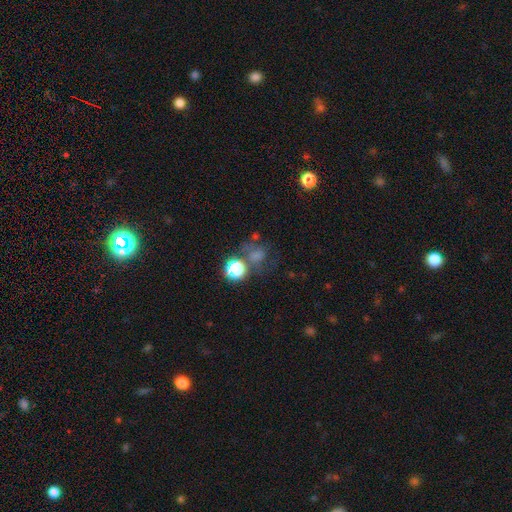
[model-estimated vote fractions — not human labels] Smooth or featured?
  - smooth: 57% *
  - star or artifact: 28%
  - featured or disk: 14%
How rounded?
  - round: 74% *
  - in between: 25%
  - cigar-shaped: 1%
Merging?
  - none: 51% *
  - major disturbance: 17%
  - minor disturbance: 16%
  - merger: 16%